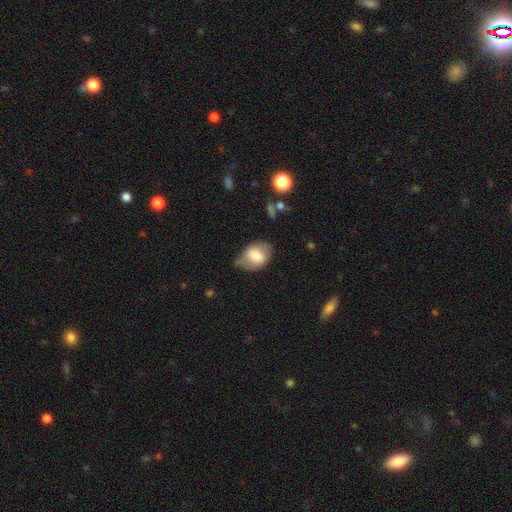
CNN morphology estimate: Overall: smooth (70%). How rounded: in between (77%). Merging: none (48%; minor disturbance 35%).